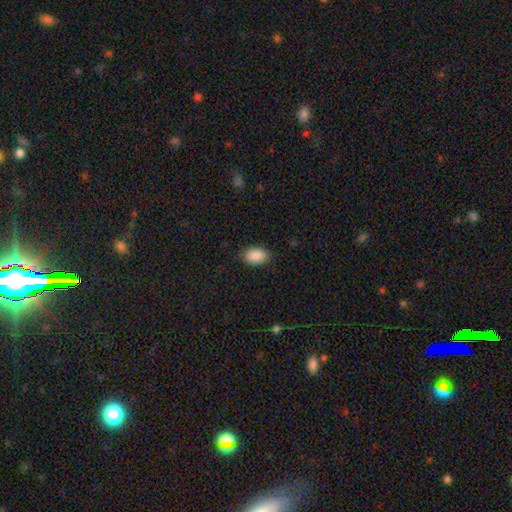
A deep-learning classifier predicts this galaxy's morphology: type=smooth (89%); roundness=in between (89%); merging=none (86%).